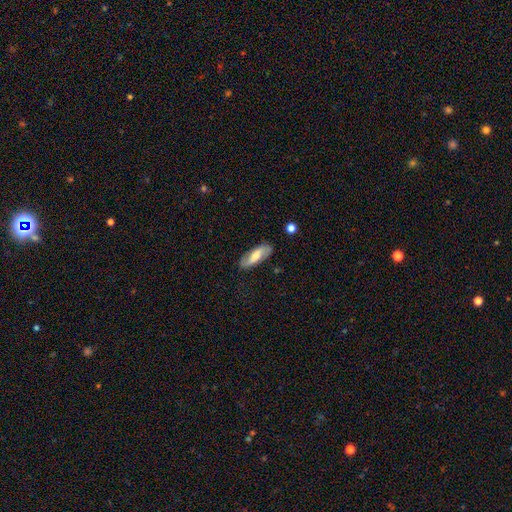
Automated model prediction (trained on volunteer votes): The model was most divided on "smooth or featured": smooth: 49%, featured or disk: 45%, star or artifact: 6%. More confident: merging — none (82%).